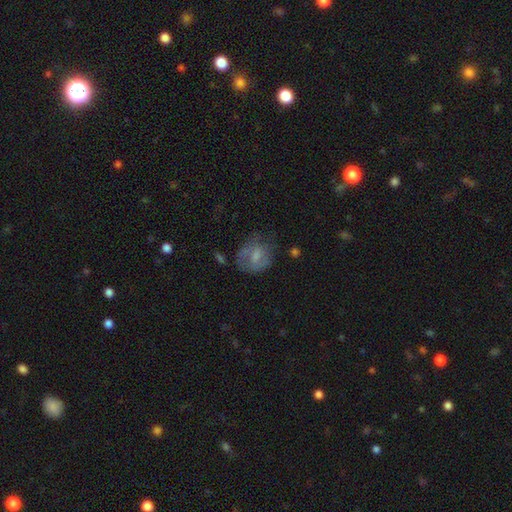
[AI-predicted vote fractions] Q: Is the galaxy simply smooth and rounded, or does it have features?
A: smooth — 51%.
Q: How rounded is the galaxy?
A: round — 58%.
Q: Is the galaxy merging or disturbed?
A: none — 48%.